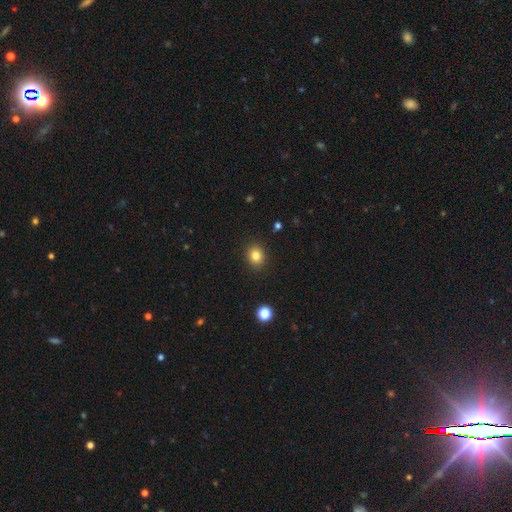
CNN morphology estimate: A smooth galaxy with no disk features (82%) that is round (66%).

Vote fractions:
- Smooth or featured? smooth: 82% / star or artifact: 12% / featured or disk: 6%
- How rounded? round: 66% / in between: 33% / cigar-shaped: 1%
- Merging? none: 90% / minor disturbance: 7% / major disturbance: 2% / merger: 1%